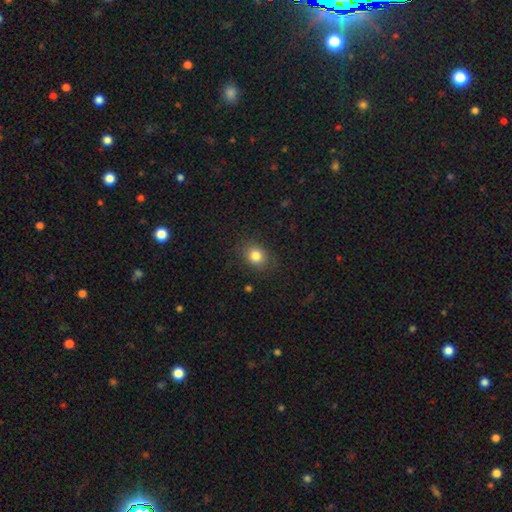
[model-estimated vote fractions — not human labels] This appears to be a smooth galaxy with no disk features (82%) that is round (57%). Merging: none (85%).